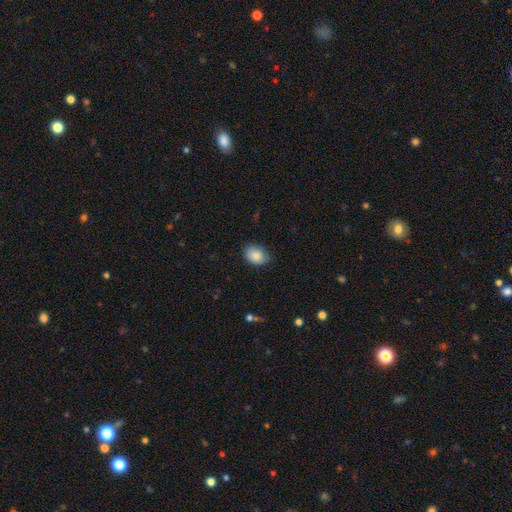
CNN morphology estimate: smooth-or-featured: smooth: 87% | star or artifact: 7% | featured or disk: 6%
  how-rounded: in between: 78% | round: 21% | cigar-shaped: 1%
  merging: none: 77% | minor disturbance: 19% | major disturbance: 3% | merger: 1%